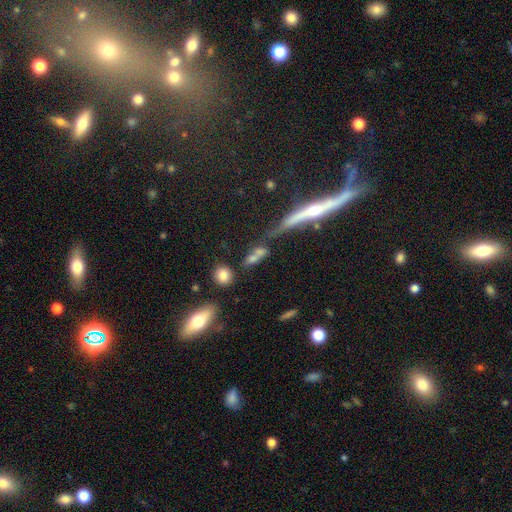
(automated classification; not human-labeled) This is likely a smooth galaxy (61%). How rounded: possibly in between (53%). Merging: marginally merger (38%).